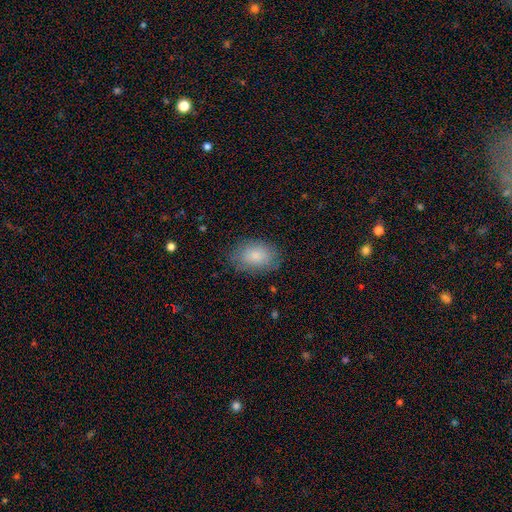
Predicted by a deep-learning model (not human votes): The model was most divided on "merging": none: 81%, minor disturbance: 14%, major disturbance: 4%, merger: 1%. More confident: how rounded — in between (86%); smooth or featured — smooth (83%).